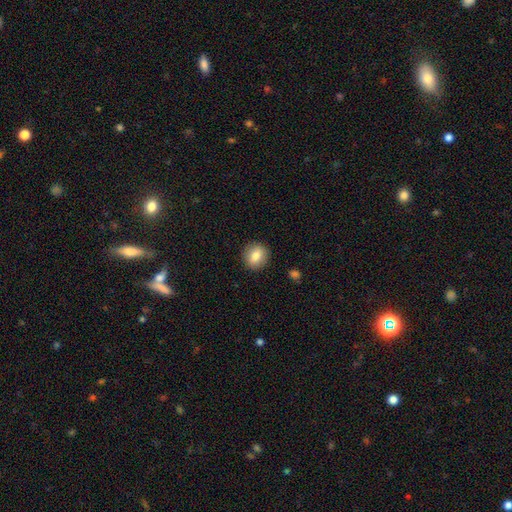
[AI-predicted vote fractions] A smooth galaxy with no disk features (82%) that is round (83%). Merging: none (91%).